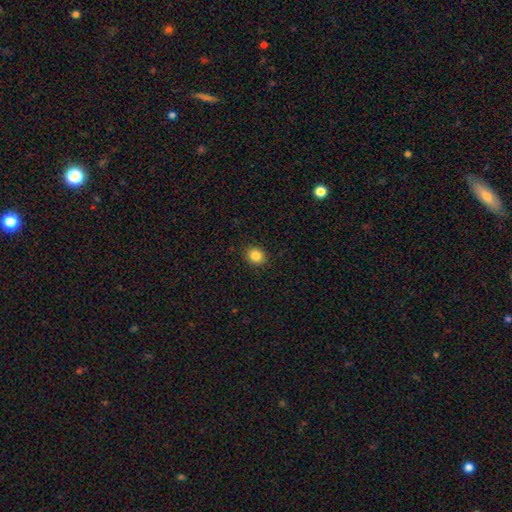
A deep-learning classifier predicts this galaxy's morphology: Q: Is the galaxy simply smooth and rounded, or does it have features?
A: smooth — 85%.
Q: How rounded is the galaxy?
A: round — 66%.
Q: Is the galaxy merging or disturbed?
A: none — 90%.